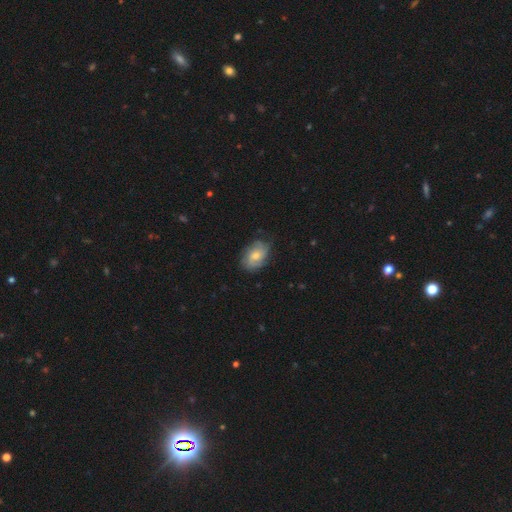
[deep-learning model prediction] Q: Smooth or featured?
A: smooth (48%); runner-up: featured or disk (44%)
Q: Merging?
A: none (70%); runner-up: minor disturbance (22%)